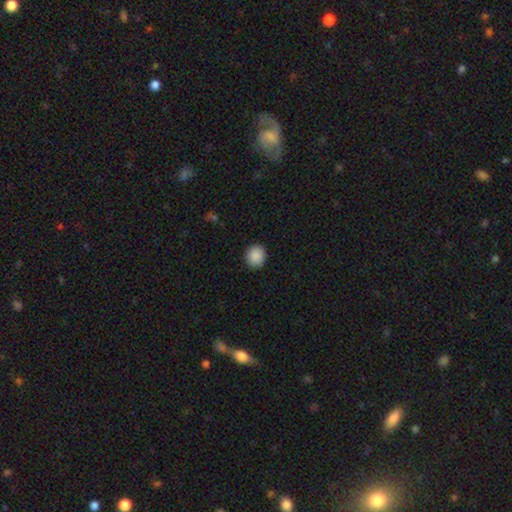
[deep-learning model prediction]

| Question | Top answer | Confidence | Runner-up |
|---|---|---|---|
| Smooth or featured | smooth | 90% | star or artifact (8%) |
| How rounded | round | 83% | in between (16%) |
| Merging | none | 91% | minor disturbance (6%) |